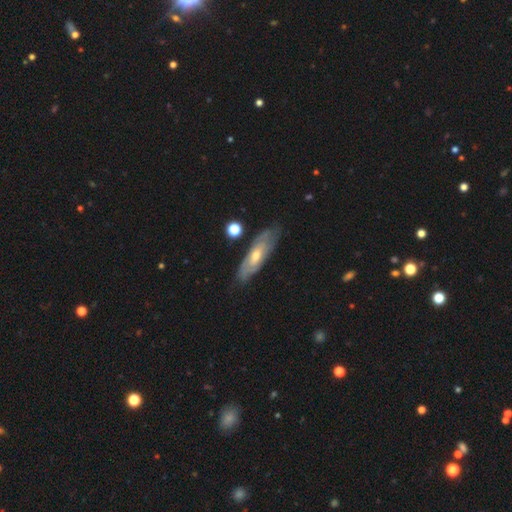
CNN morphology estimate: A featured or disk galaxy (68%).

Vote fractions:
- Smooth or featured? featured or disk: 68% / smooth: 26% / star or artifact: 6%
- Edge-on disk? no: 72% / yes: 28%
- Merging? none: 76% / minor disturbance: 18% / major disturbance: 4% / merger: 2%